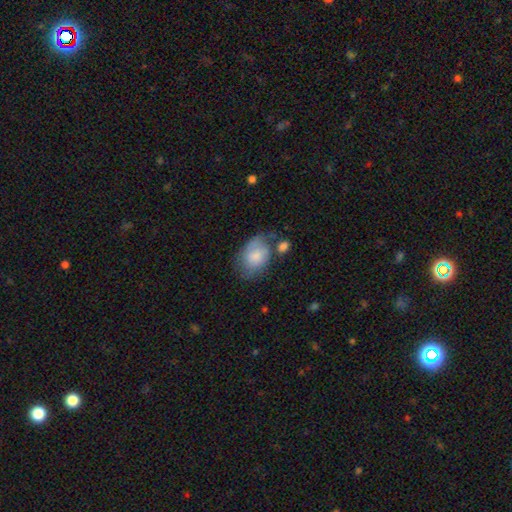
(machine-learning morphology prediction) Smooth or featured?
  - smooth: 69% *
  - featured or disk: 24%
  - star or artifact: 7%
How rounded?
  - in between: 79% *
  - round: 20%
  - cigar-shaped: 1%
Merging?
  - none: 41% *
  - minor disturbance: 30%
  - major disturbance: 16%
  - merger: 12%